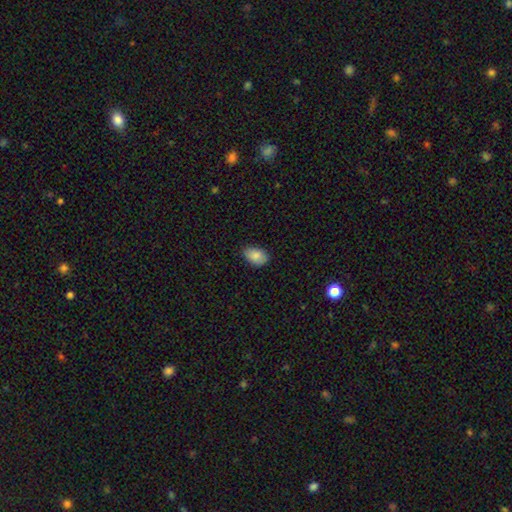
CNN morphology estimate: smooth_or_featured: smooth (p=0.86) [alt: featured or disk p=0.07]
how_rounded: in between (p=0.89) [alt: round p=0.10]
merging: none (p=0.81) [alt: minor disturbance p=0.16]